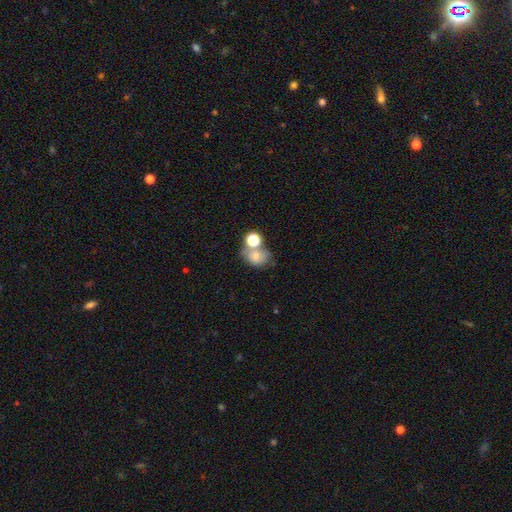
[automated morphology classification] A smooth galaxy with no disk features (73%) that is in between round and cigar-shaped (51%). Merging: none (40%).